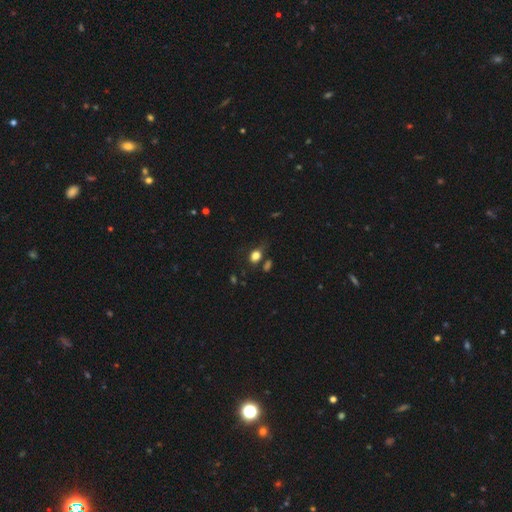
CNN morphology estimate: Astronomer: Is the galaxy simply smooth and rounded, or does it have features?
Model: smooth — 81%.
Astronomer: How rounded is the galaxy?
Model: in between — 66%.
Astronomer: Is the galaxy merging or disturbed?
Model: none — 63%.